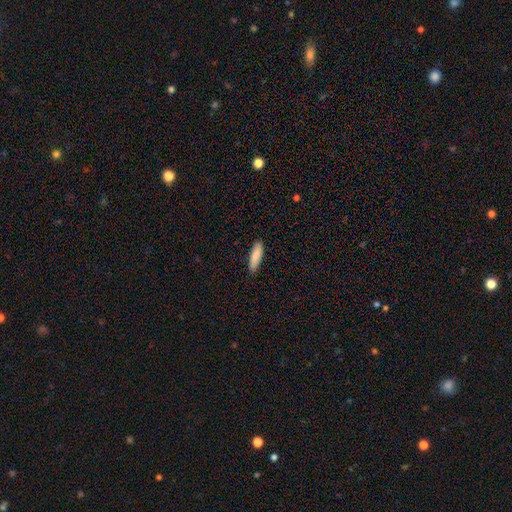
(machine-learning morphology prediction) Smooth or featured?
  - smooth: 85% *
  - featured or disk: 9%
  - star or artifact: 6%
How rounded?
  - cigar-shaped: 58% *
  - in between: 40%
  - round: 1%
Merging?
  - none: 87% *
  - minor disturbance: 10%
  - major disturbance: 2%
  - merger: 1%